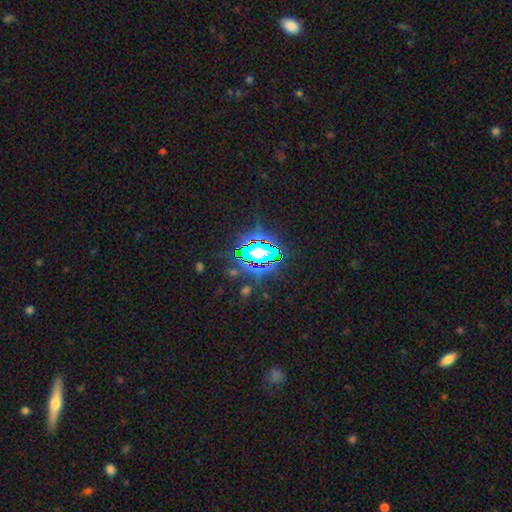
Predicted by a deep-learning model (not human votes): Smooth or featured?
  - star or artifact: 77% *
  - smooth: 14%
  - featured or disk: 9%